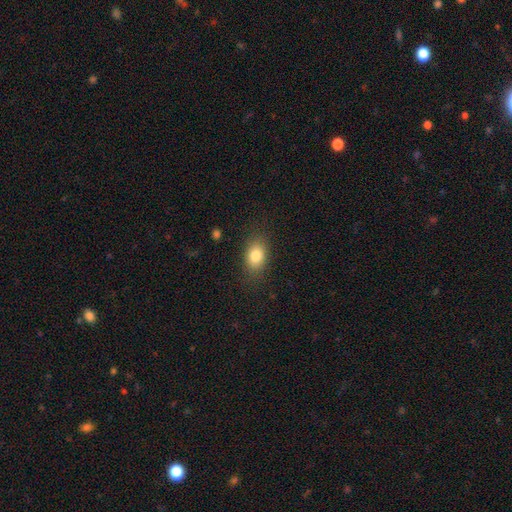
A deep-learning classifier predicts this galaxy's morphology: This is clearly a smooth galaxy (82%). How rounded: clearly in between (81%). Merging: clearly none (83%).